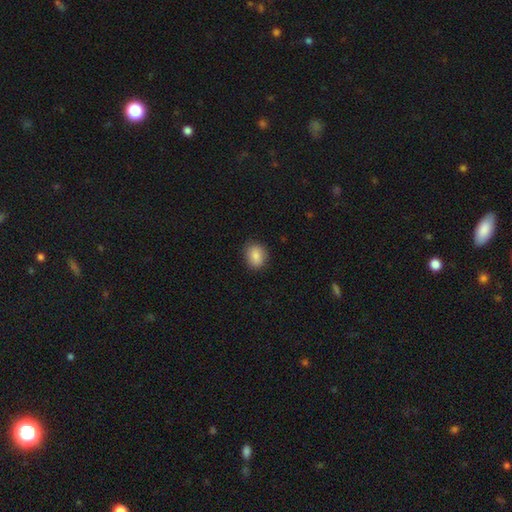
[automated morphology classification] Smooth or featured? smooth (85%)
How rounded? round (56%)
Merging? none (86%)